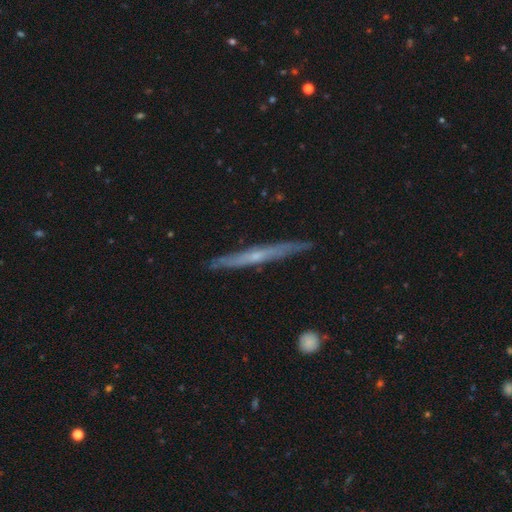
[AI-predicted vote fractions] Overall: featured or disk (69%). Edge-on disk: yes (96%). Edge-on bulge: none (50%; rounded 45%). Merging: none (88%).